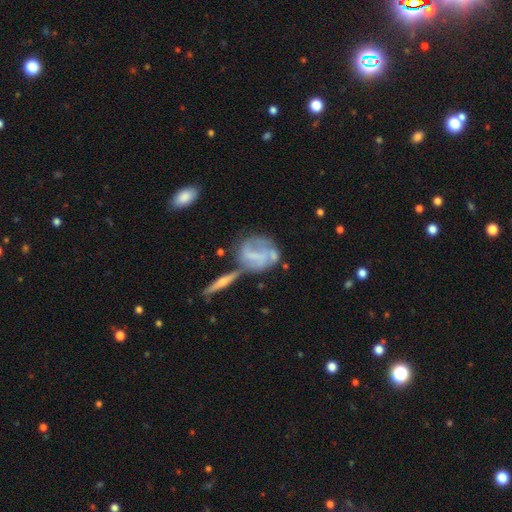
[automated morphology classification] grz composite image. It shows a featured or disk galaxy (62%) with no bar (45%), spiral arms (57%) and no central bulge (55%). Merging: none (35%).